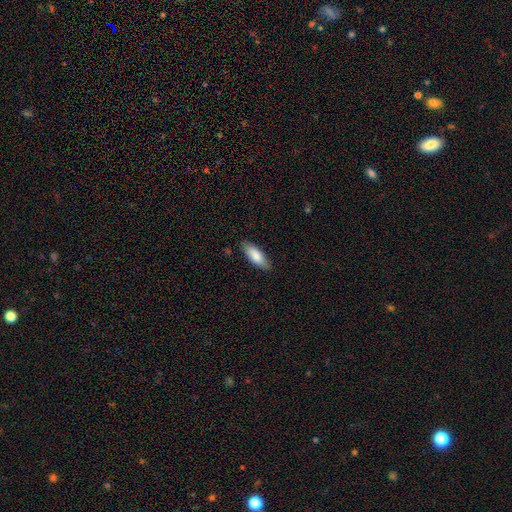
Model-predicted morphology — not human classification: Q: Smooth or featured?
A: smooth (83%); runner-up: featured or disk (12%)
Q: How rounded?
A: in between (69%); runner-up: cigar-shaped (29%)
Q: Merging?
A: none (83%); runner-up: minor disturbance (13%)